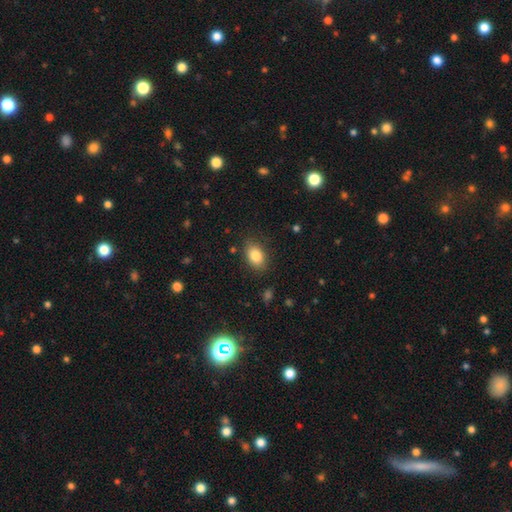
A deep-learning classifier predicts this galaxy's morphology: This appears to be a smooth galaxy with no disk features (84%) that is in between round and cigar-shaped (84%). Merging: none (84%).